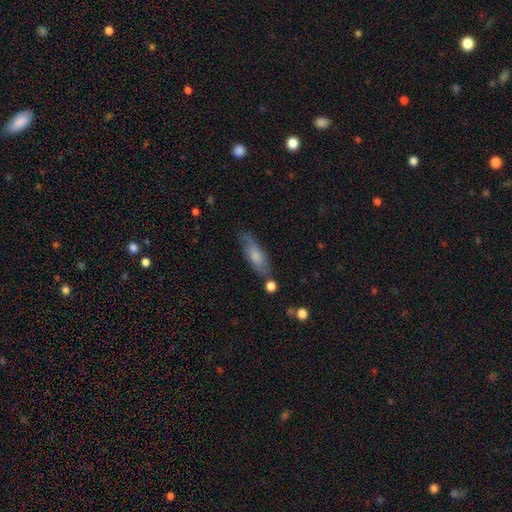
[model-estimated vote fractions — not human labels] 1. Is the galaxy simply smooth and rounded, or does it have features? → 64% smooth, 29% featured or disk, 7% star or artifact.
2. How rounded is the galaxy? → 56% in between, 41% cigar-shaped, 2% round.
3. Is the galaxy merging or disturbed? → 69% none, 20% minor disturbance, 6% merger, 5% major disturbance.